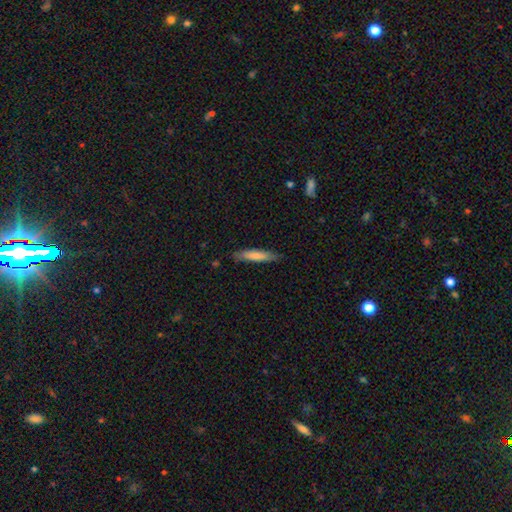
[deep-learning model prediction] Smooth or featured? smooth (77%)
How rounded? cigar-shaped (84%)
Merging? none (86%)